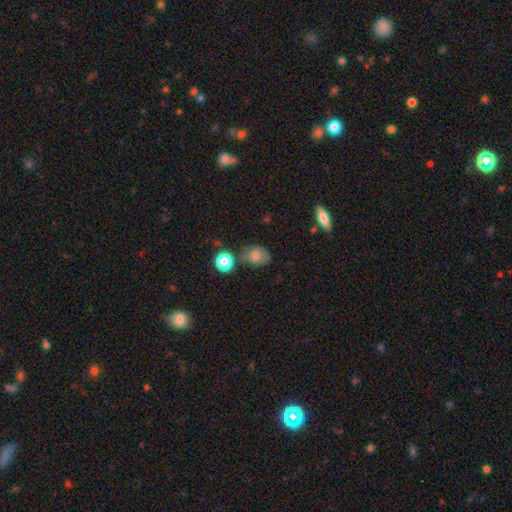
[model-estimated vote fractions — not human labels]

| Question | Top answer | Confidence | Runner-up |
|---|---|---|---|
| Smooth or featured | smooth | 77% | featured or disk (12%) |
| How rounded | in between | 60% | round (39%) |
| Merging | none | 60% | minor disturbance (24%) |